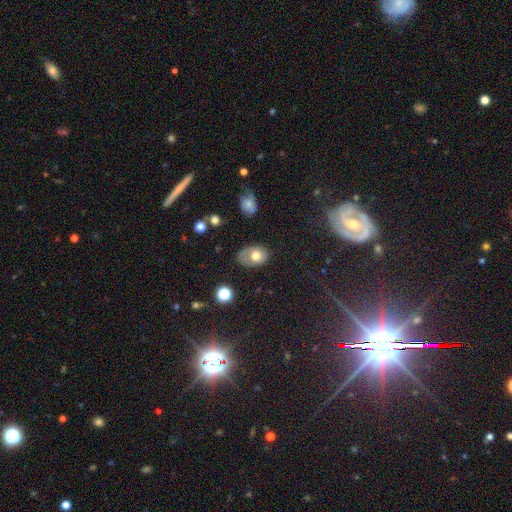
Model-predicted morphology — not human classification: A smooth galaxy with no disk features (67%) that is in between round and cigar-shaped (75%). Merging: none (58%).